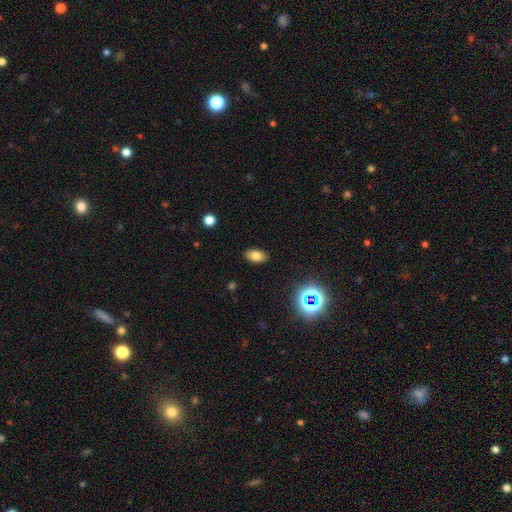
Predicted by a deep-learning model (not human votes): Morphology: type=smooth (77%); roundness=in between (91%); merging=none (88%).